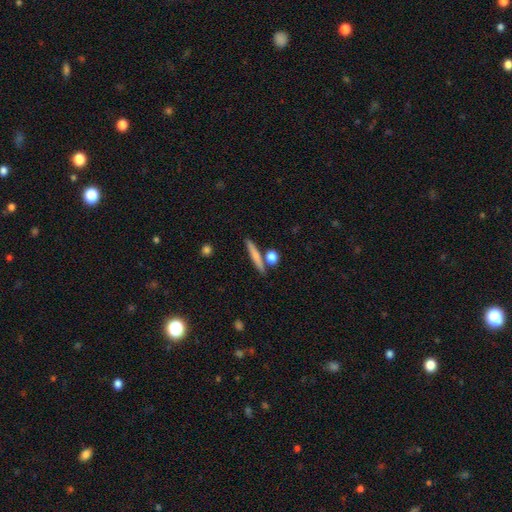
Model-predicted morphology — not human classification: Smooth or featured? Predicted: smooth (p=0.71). How rounded? Predicted: cigar-shaped (p=0.82). Merging? Predicted: none (p=0.76).